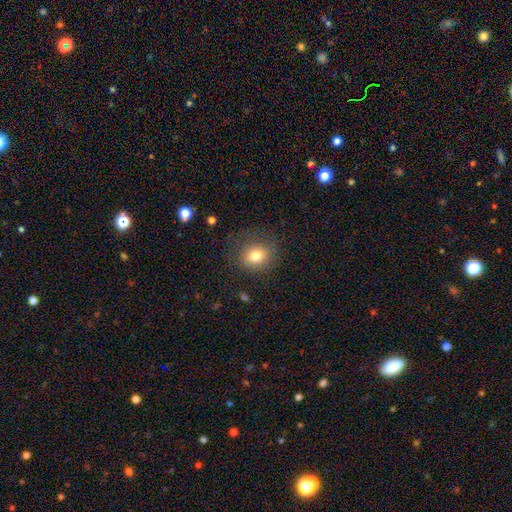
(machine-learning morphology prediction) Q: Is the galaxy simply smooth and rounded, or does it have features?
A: smooth — 79%.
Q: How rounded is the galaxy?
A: round — 66%.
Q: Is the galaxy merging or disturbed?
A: none — 79%.